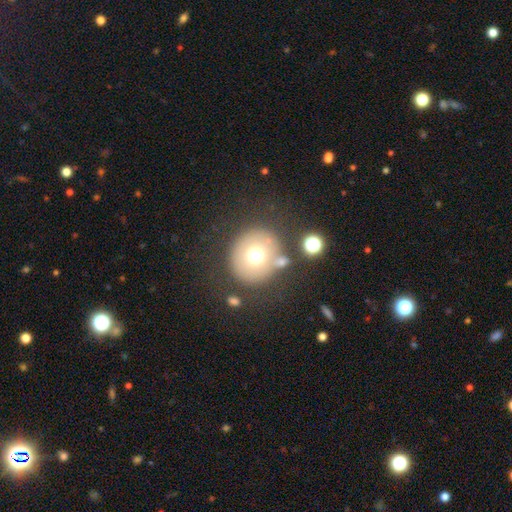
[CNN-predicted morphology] smooth_or_featured: smooth (p=0.66) [alt: featured or disk p=0.20]
how_rounded: round (p=0.89) [alt: in between p=0.10]
merging: none (p=0.68) [alt: minor disturbance p=0.13]